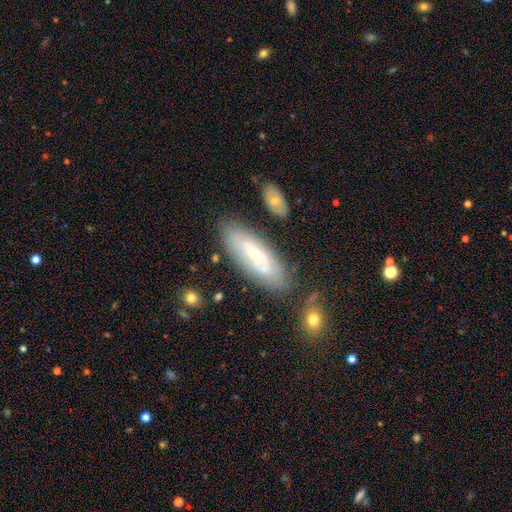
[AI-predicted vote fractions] Smooth or featured? featured or disk (54%)
Edge-on disk? no (76%)
Merging? none (75%)